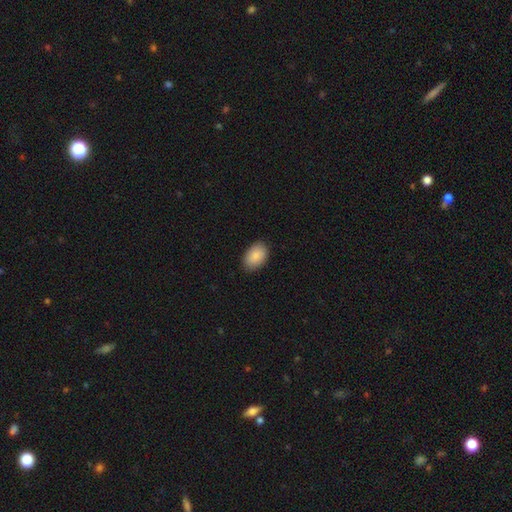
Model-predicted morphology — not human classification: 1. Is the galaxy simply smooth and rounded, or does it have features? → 88% smooth, 7% star or artifact, 6% featured or disk.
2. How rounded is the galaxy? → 89% in between, 10% round, 1% cigar-shaped.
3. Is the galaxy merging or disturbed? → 86% none, 11% minor disturbance, 2% major disturbance, 1% merger.